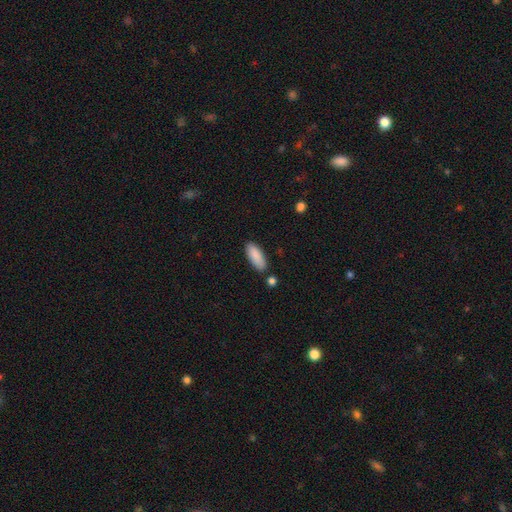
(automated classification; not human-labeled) Smooth or featured? smooth (89%)
How rounded? in between (78%)
Merging? none (81%)